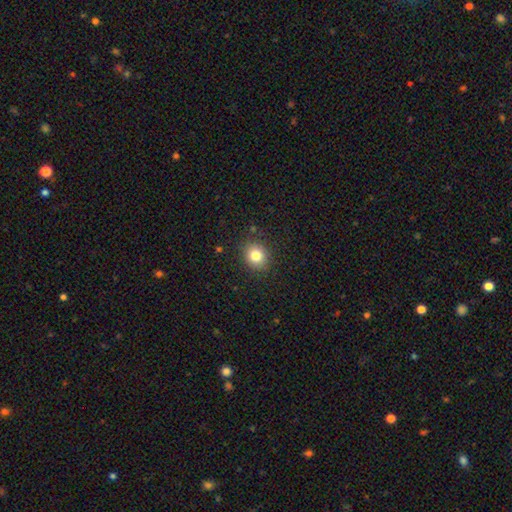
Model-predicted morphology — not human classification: Overall: smooth (80%). How rounded: round (77%). Merging: none (88%).